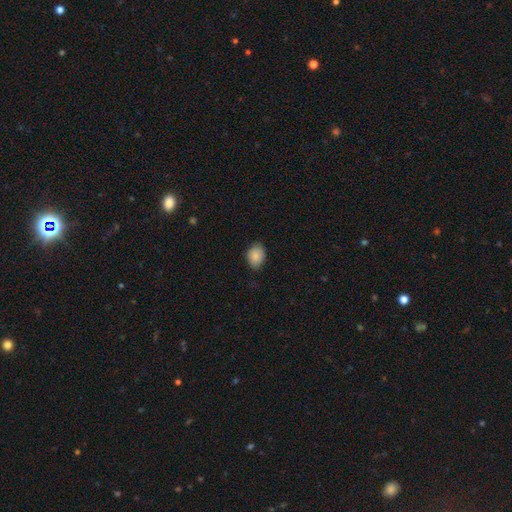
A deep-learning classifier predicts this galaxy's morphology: A smooth galaxy with no disk features (87%) that is in between round and cigar-shaped (69%). Merging: none (78%).